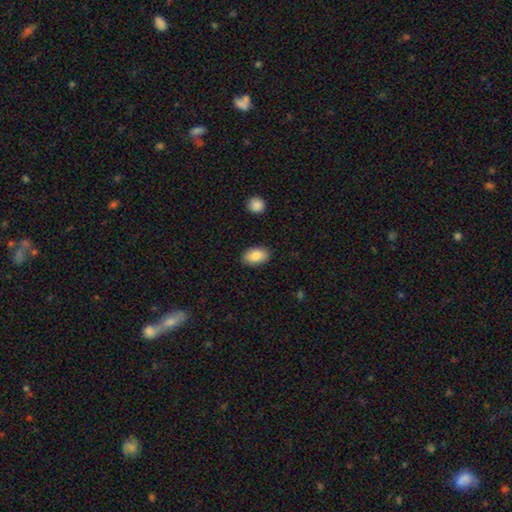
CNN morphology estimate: This is clearly a smooth galaxy (86%). How rounded: clearly in between (92%). Merging: clearly none (87%).